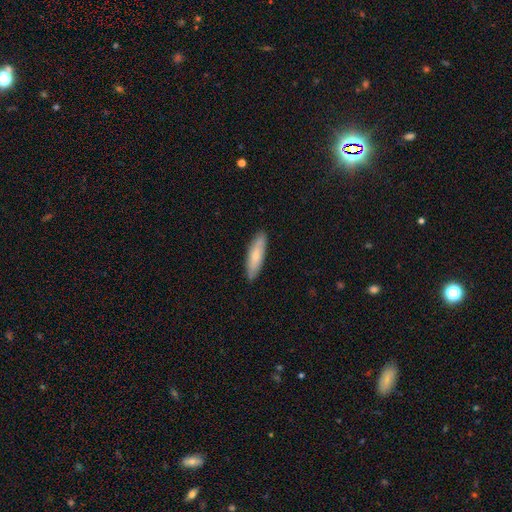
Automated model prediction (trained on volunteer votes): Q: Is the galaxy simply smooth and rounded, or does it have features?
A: smooth — 75%.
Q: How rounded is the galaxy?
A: cigar-shaped — 67%.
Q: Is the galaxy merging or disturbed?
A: none — 88%.